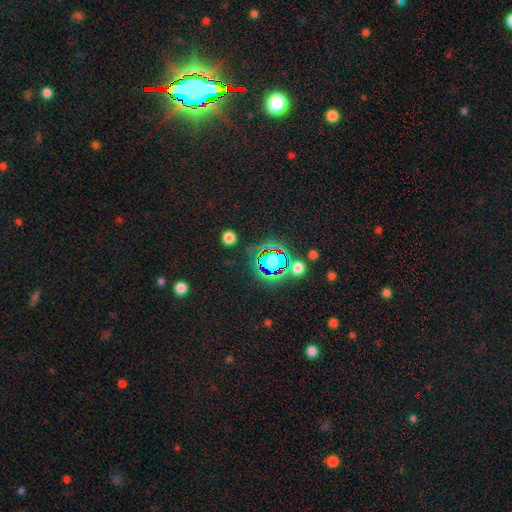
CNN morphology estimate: star or artifact 81%, smooth 11%, featured or disk 7%.